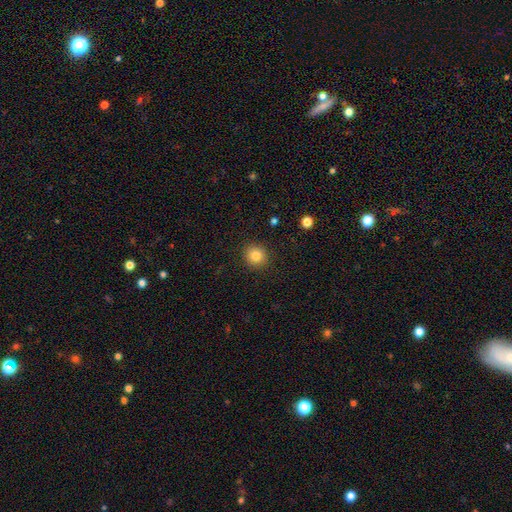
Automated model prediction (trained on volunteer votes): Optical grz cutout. It shows a smooth galaxy with no disk features (83%) that is round (89%). Merging: none (91%).